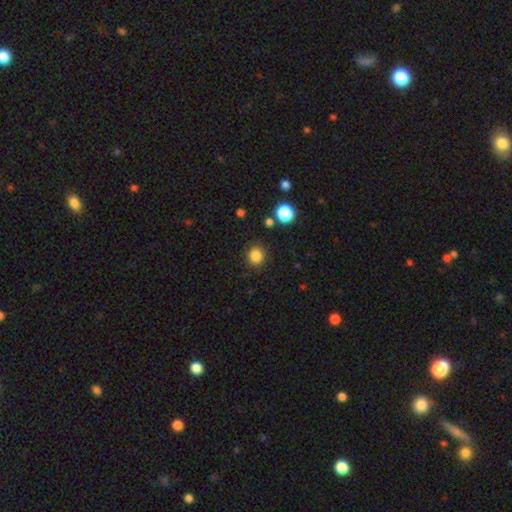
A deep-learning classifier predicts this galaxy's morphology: A smooth galaxy with no disk features (84%) that is round (86%).

Vote fractions:
- Smooth or featured? smooth: 84% / star or artifact: 12% / featured or disk: 4%
- How rounded? round: 86% / in between: 13% / cigar-shaped: 1%
- Merging? none: 88% / minor disturbance: 7% / major disturbance: 3% / merger: 2%